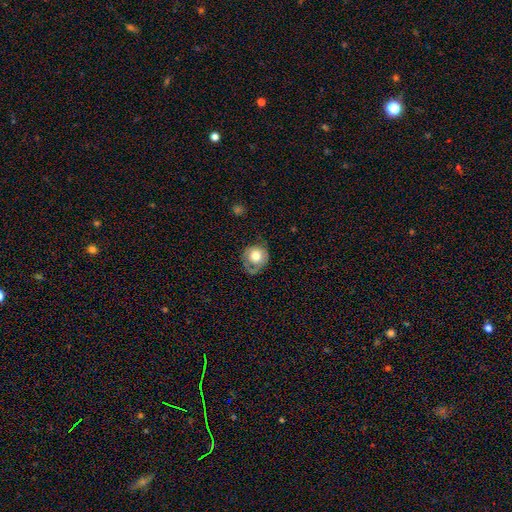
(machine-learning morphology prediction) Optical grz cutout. It shows a smooth galaxy with no disk features (63%) that is round (82%). Merging: none (52%).